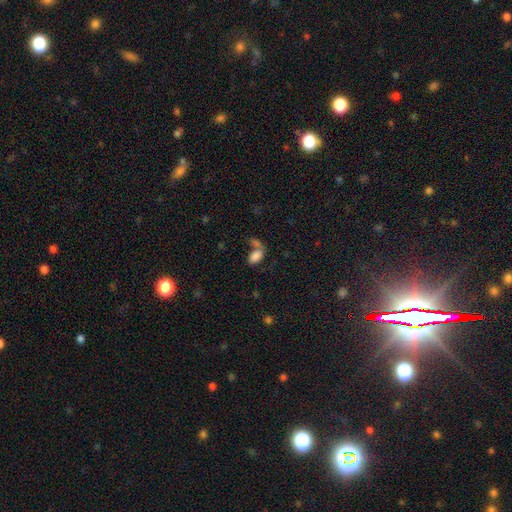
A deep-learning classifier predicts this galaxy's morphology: Smooth or featured?
  - smooth: 81% *
  - featured or disk: 10%
  - star or artifact: 9%
How rounded?
  - in between: 92% *
  - round: 6%
  - cigar-shaped: 2%
Merging?
  - merger: 46% *
  - none: 34%
  - minor disturbance: 11%
  - major disturbance: 9%